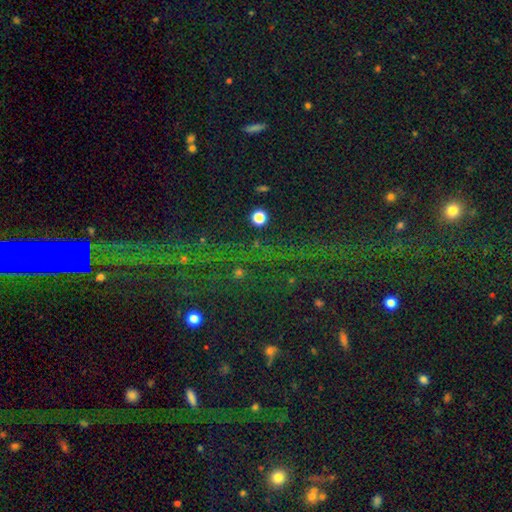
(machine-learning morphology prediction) Smooth or featured?
  - star or artifact: 77% *
  - featured or disk: 12%
  - smooth: 11%